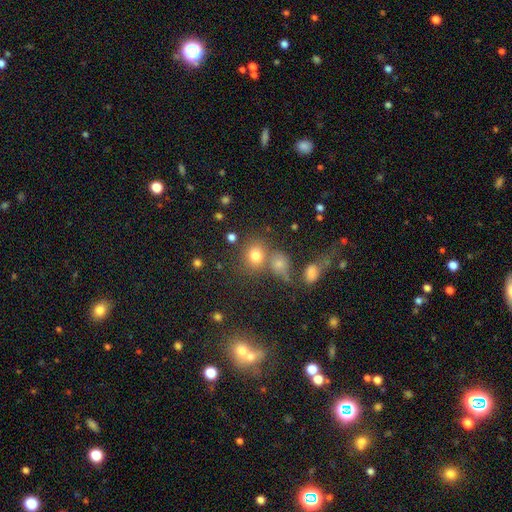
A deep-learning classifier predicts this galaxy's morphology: smooth-or-featured: smooth: 76% | star or artifact: 15% | featured or disk: 9%
  how-rounded: round: 70% | in between: 29% | cigar-shaped: 1%
  merging: none: 55% | merger: 29% | minor disturbance: 10% | major disturbance: 6%